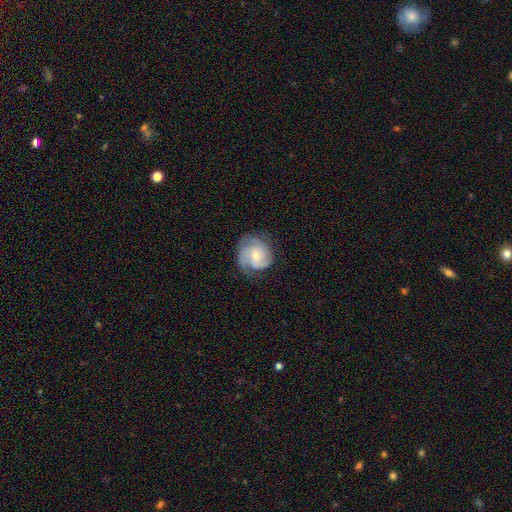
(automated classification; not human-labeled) This is likely a featured or disk galaxy (74%). It is clearly not viewed edge-on (98%). Bar: likely no (69%). Spiral arm pattern: clearly yes (95%). Spiral arm count: marginally 3 (40%). Spiral winding: possibly tight (46%). Central bulge: possibly small (57%). Merging: likely none (69%).